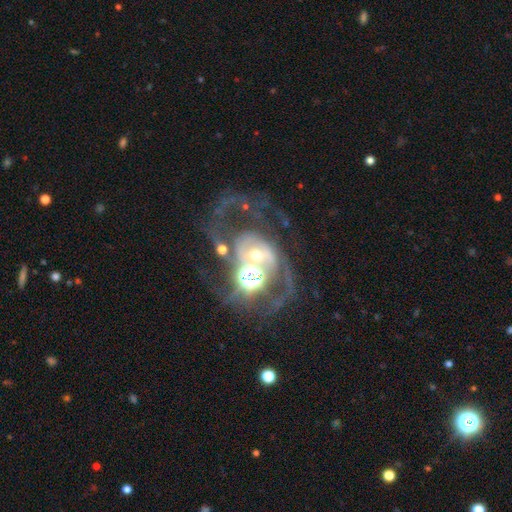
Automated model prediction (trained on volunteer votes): Overall: featured or disk (69%). Edge-on disk: no (97%). Bar: no (58%; weak 24%). Spiral arms: yes (73%). Bulge size: moderate (50%; small 29%). Merging: major disturbance (32%; merger 29%).